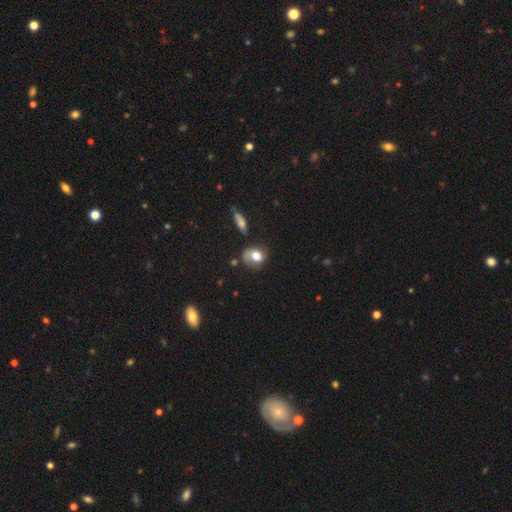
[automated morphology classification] Smooth or featured: smooth — 71% (featured or disk — 20%)
How rounded: round — 52% (in between — 47%)
Merging: none — 46% (minor disturbance — 30%)